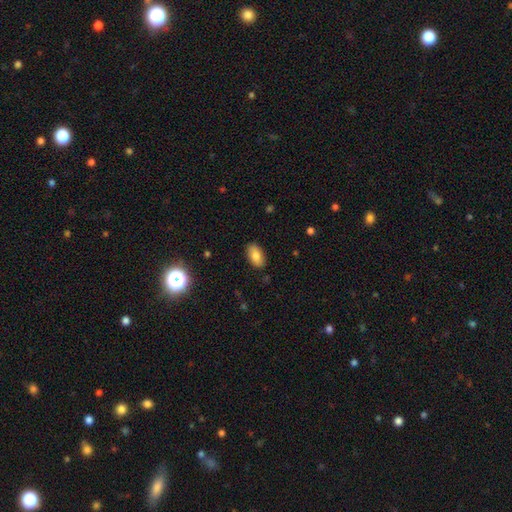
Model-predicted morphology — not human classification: smooth_or_featured: smooth (p=0.79) [alt: featured or disk p=0.12]
how_rounded: in between (p=0.93) [alt: round p=0.04]
merging: none (p=0.88) [alt: minor disturbance p=0.09]